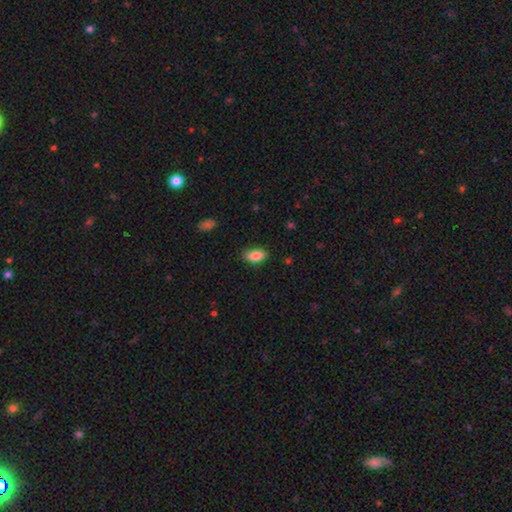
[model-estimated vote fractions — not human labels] Overall: smooth (86%). How rounded: in between (90%). Merging: none (82%).